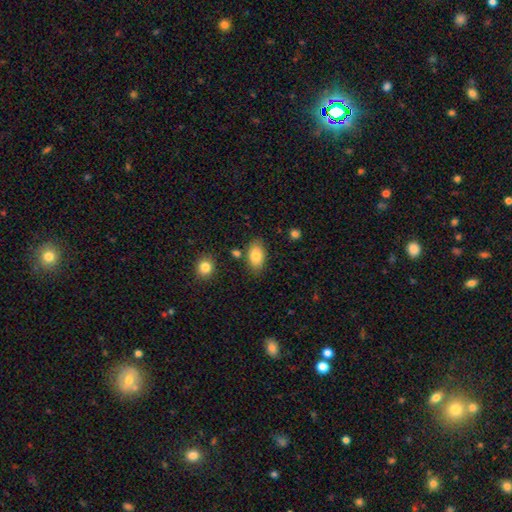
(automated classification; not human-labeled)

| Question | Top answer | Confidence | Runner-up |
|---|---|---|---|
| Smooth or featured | smooth | 81% | featured or disk (11%) |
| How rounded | in between | 90% | round (8%) |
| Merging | none | 79% | minor disturbance (13%) |